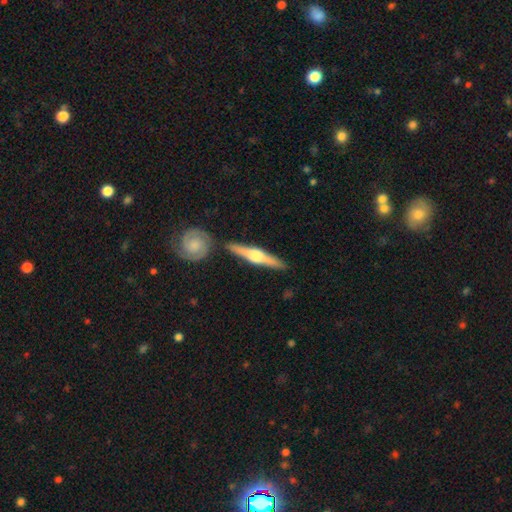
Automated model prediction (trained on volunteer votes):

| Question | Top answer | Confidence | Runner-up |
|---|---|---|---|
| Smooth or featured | featured or disk | 71% | smooth (24%) |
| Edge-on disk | yes | 97% | no (3%) |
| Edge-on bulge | rounded | 89% | boxy (8%) |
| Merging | none | 84% | minor disturbance (9%) |